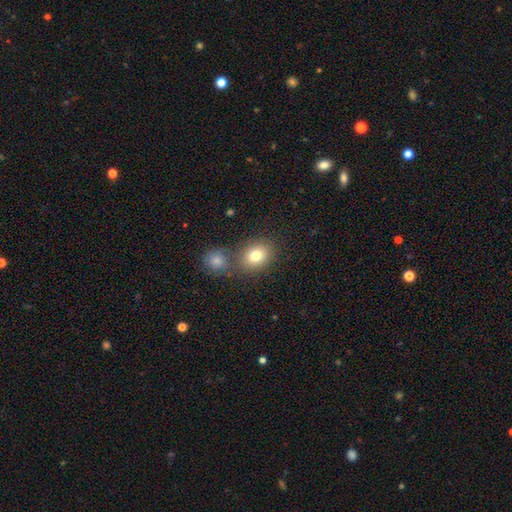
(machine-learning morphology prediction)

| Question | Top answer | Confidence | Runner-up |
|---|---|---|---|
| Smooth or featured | smooth | 79% | star or artifact (11%) |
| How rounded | round | 50% | in between (49%) |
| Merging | none | 63% | merger (24%) |